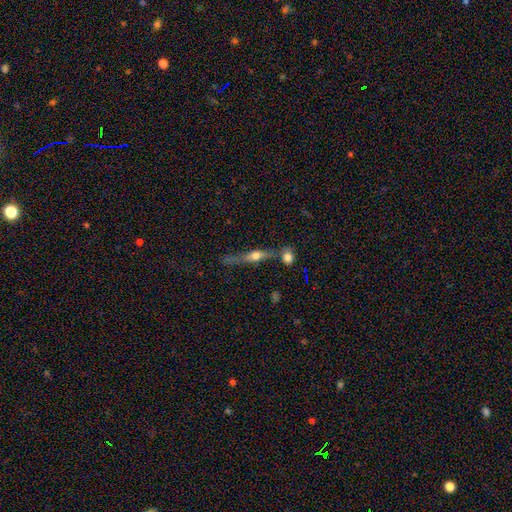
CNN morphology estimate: smooth-or-featured: featured or disk: 60% | smooth: 30% | star or artifact: 10%
  disk-edge-on: yes: 91% | no: 9%
    edge-on-bulge: rounded: 92% | boxy: 4% | none: 4%
  merging: none: 58% | minor disturbance: 18% | merger: 16% | major disturbance: 8%